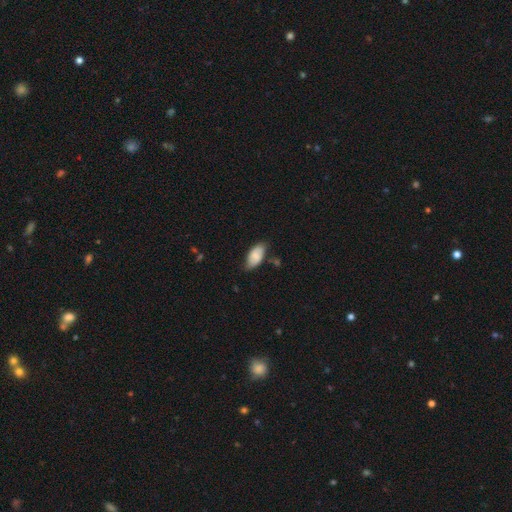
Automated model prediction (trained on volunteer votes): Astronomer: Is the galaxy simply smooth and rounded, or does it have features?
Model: smooth — 77%.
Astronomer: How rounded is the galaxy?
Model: in between — 93%.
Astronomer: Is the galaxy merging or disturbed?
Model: none — 67%.